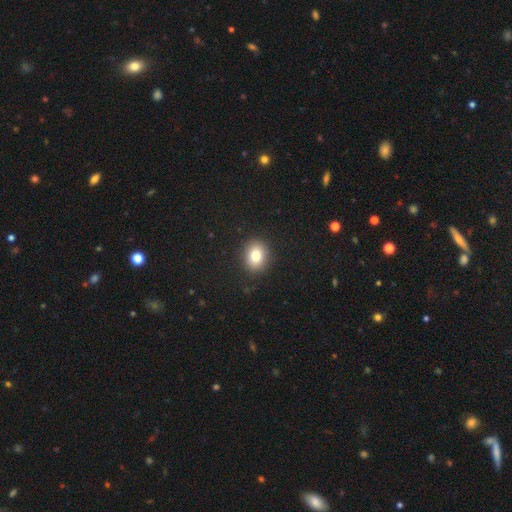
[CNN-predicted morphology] Smooth or featured? Predicted: smooth (p=0.81). How rounded? Predicted: round (p=0.60). Merging? Predicted: none (p=0.90).